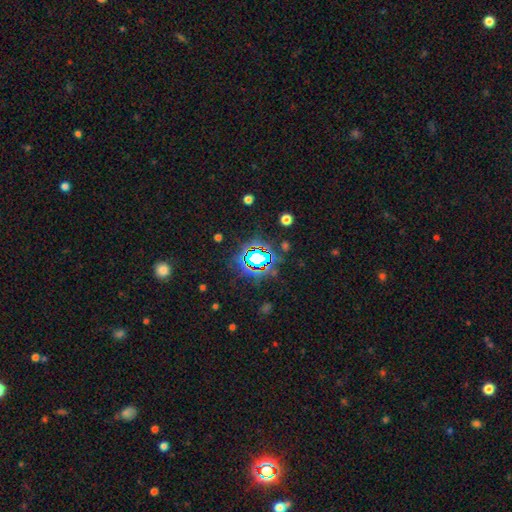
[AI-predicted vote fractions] The model was most divided on "smooth or featured": star or artifact: 71%, smooth: 17%, featured or disk: 11%.